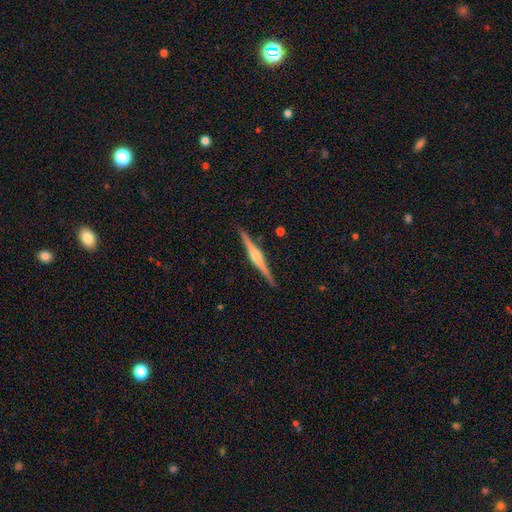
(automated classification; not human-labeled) This is clearly a featured or disk galaxy (82%). It is clearly viewed edge-on (99%). Edge-on bulge: likely rounded (79%). Merging: clearly none (91%).